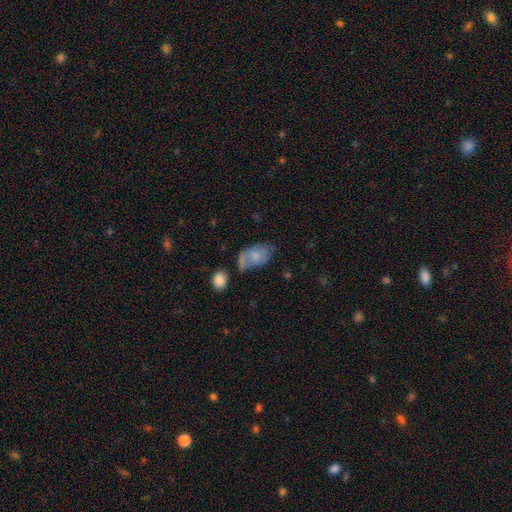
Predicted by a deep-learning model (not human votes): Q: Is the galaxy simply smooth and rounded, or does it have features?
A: smooth — 67%.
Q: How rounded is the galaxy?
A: in between — 91%.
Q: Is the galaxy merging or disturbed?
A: none — 35%.